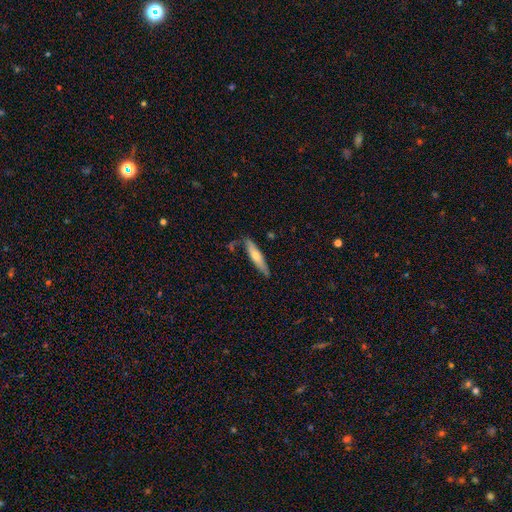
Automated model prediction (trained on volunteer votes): smooth 55%, featured or disk 39%, star or artifact 6%. Down the decision tree: how rounded — cigar-shaped (80%); merging — none (74%).